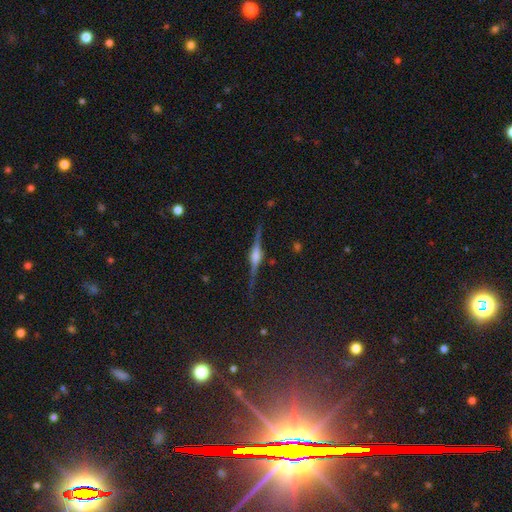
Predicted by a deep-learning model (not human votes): Smooth or featured? Predicted: featured or disk (p=0.84). Edge-on disk? Predicted: yes (p=0.98). Edge-on bulge? Predicted: rounded (p=0.76). Merging? Predicted: none (p=0.87).